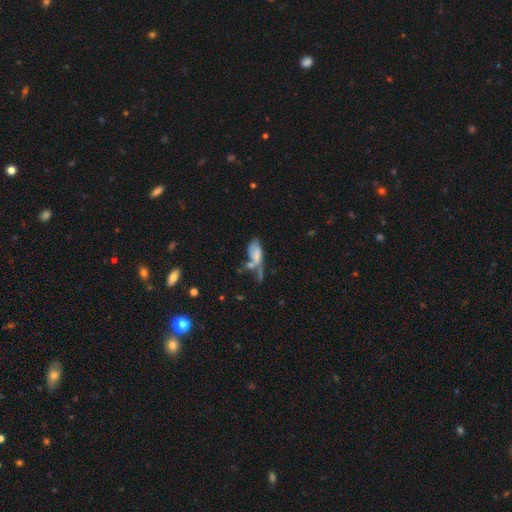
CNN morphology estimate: The model was most divided on "merging": merger: 36%, major disturbance: 25%, none: 22%, minor disturbance: 17%. More confident: how rounded — in between (75%); smooth or featured — smooth (53%).